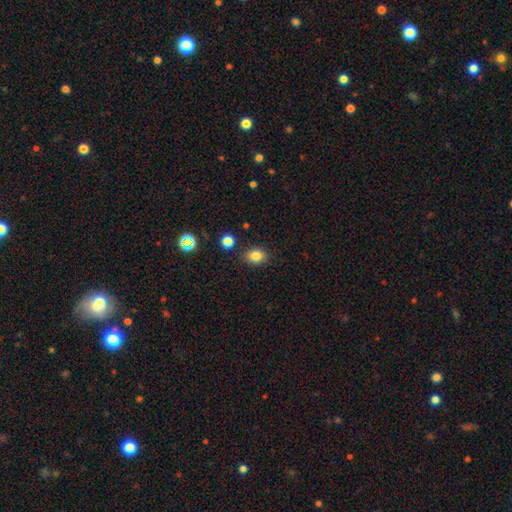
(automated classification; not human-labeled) Q: Smooth or featured?
A: smooth (82%); runner-up: star or artifact (12%)
Q: How rounded?
A: in between (50%); runner-up: round (49%)
Q: Merging?
A: none (85%); runner-up: minor disturbance (10%)